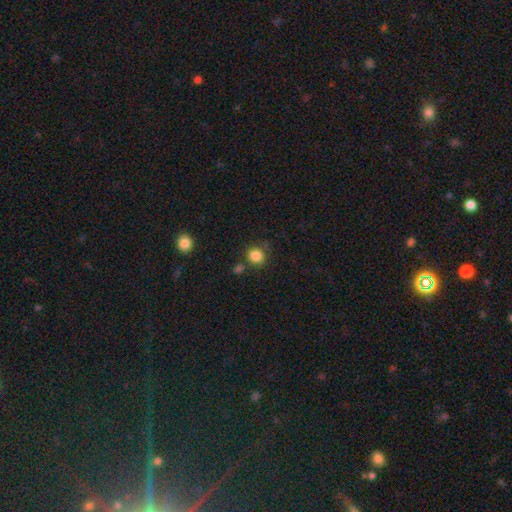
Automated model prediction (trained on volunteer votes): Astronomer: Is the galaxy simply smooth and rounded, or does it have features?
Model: smooth — 85%.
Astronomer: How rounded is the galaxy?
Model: round — 86%.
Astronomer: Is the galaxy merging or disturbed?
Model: none — 77%.